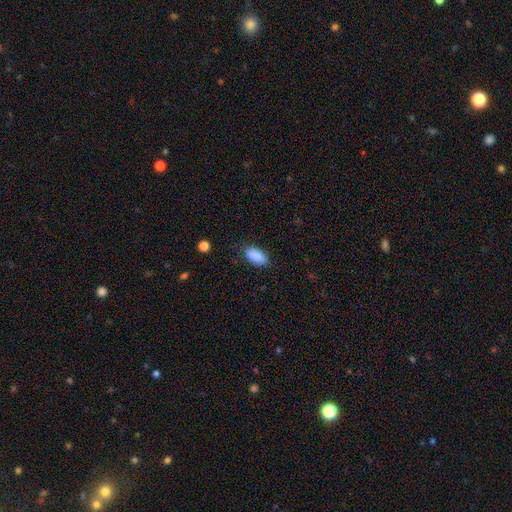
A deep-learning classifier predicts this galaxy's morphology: Overall: smooth (89%). How rounded: in between (92%). Merging: none (81%).